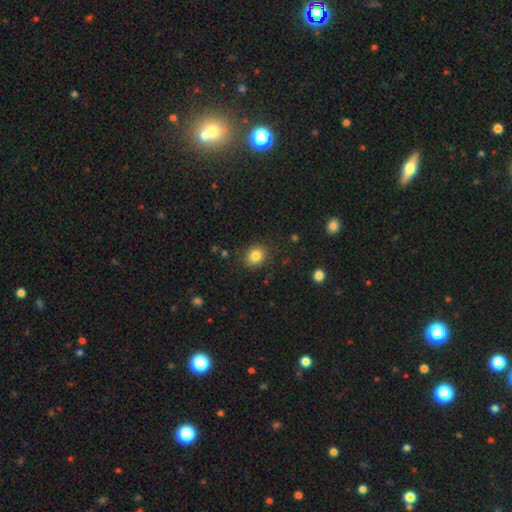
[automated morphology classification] Smooth or featured? smooth (82%)
How rounded? round (67%)
Merging? none (86%)